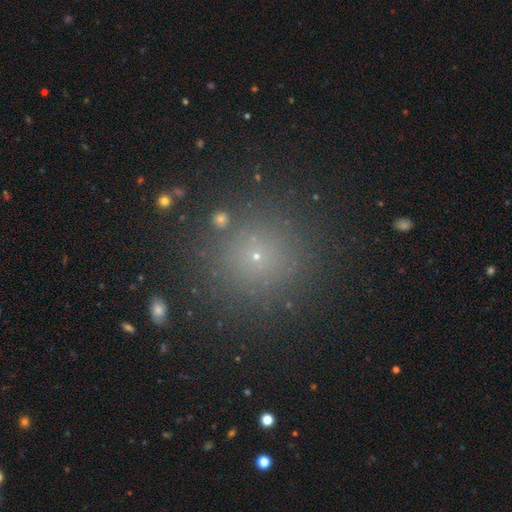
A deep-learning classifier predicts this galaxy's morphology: This appears to be a smooth galaxy with no disk features (59%) that is round (95%). Merging: none (89%).